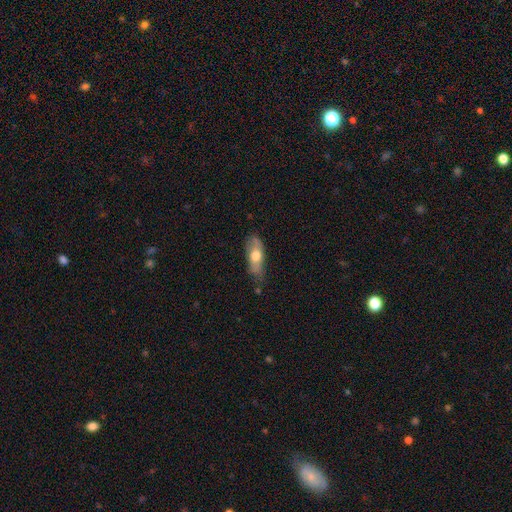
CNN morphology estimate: A smooth galaxy with no disk features (63%) that is in between round and cigar-shaped (71%).

Vote fractions:
- Smooth or featured? smooth: 63% / featured or disk: 31% / star or artifact: 6%
- How rounded? in between: 71% / cigar-shaped: 26% / round: 4%
- Merging? none: 61% / minor disturbance: 29% / major disturbance: 8% / merger: 3%